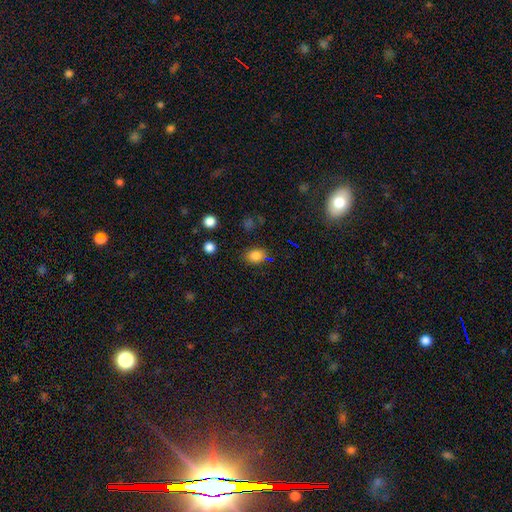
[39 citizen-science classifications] smooth-or-featured: smooth: 82% | star or artifact: 10% | featured or disk: 8%
  how-rounded: in between: 66% | round: 34% | cigar-shaped: 0%
  merging: none: 97% | minor disturbance: 3% | major disturbance: 0% | merger: 0%